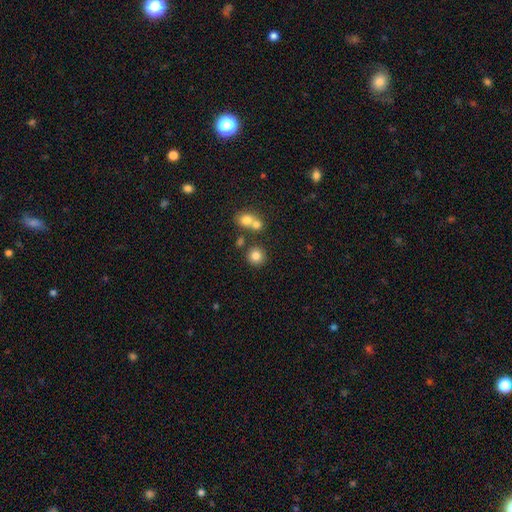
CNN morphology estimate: A smooth galaxy with no disk features (81%) that is round (92%). Merging: none (78%).